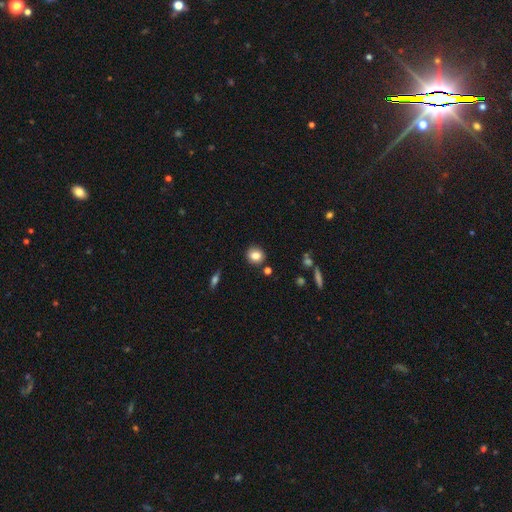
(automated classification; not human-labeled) The model was most divided on "how rounded": round: 77%, in between: 22%, cigar-shaped: 1%. More confident: merging — none (87%); smooth or featured — smooth (82%).